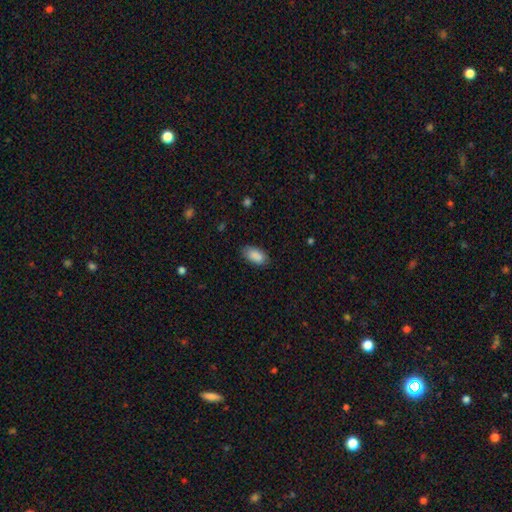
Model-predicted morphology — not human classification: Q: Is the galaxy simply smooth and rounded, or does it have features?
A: smooth — 89%.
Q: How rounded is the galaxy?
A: in between — 93%.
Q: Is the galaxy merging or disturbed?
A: none — 82%.